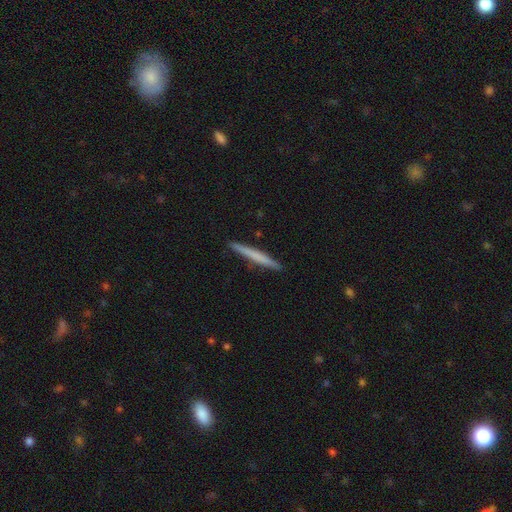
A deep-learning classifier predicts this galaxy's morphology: The model was most divided on "smooth or featured": smooth: 56%, featured or disk: 39%, star or artifact: 5%. More confident: how rounded — cigar-shaped (97%); merging — none (92%).